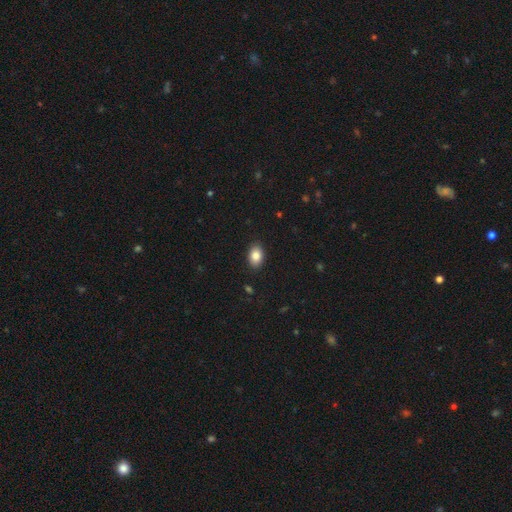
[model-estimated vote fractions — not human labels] Morphology: type=smooth (86%); roundness=in between (85%); merging=none (89%).